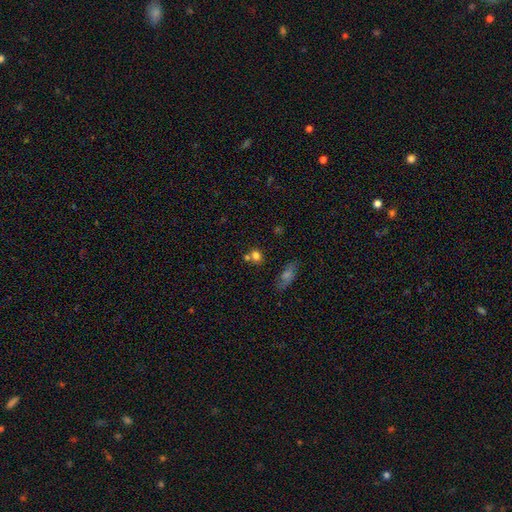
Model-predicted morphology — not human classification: smooth_or_featured: smooth (p=0.75) [alt: star or artifact p=0.15]
how_rounded: round (p=0.72) [alt: in between p=0.26]
merging: none (p=0.56) [alt: merger p=0.29]